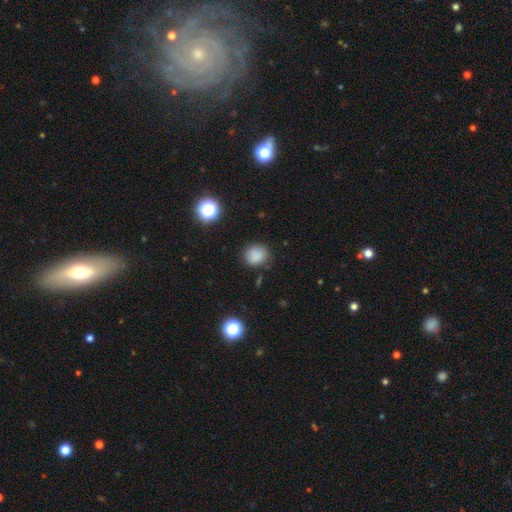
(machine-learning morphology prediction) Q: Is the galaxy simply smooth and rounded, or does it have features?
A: smooth — 82%.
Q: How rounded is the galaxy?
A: round — 79%.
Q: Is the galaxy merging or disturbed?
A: none — 76%.